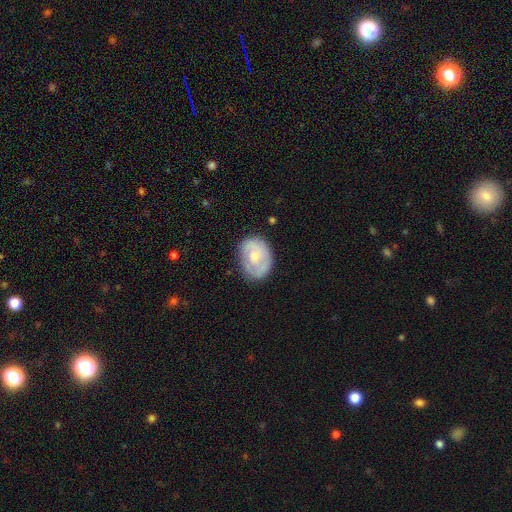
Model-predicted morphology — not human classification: Smooth or featured? Predicted: smooth (p=0.48). Merging? Predicted: none (p=0.70).